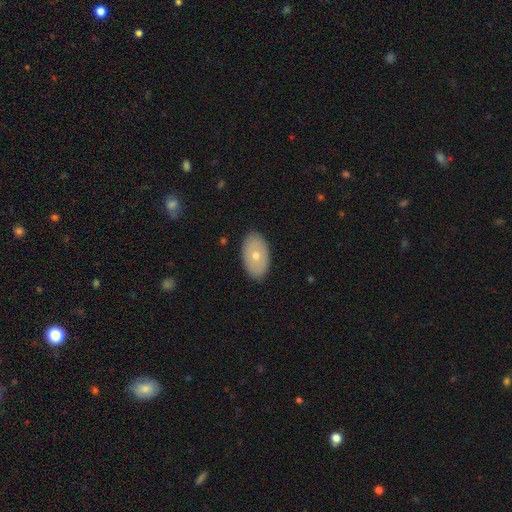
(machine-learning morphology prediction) Smooth or featured: smooth — 64% (featured or disk — 29%)
How rounded: in between — 92% (round — 6%)
Merging: none — 87% (minor disturbance — 10%)